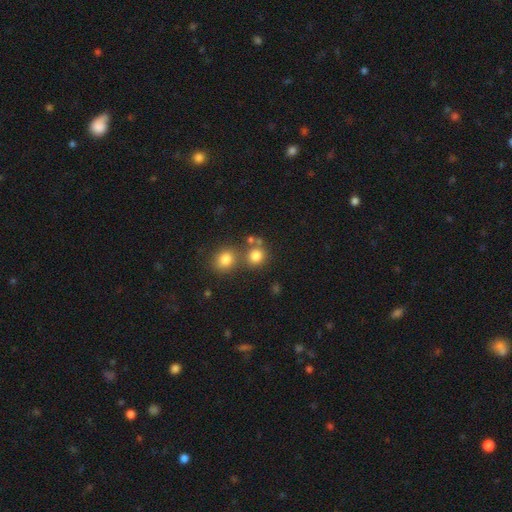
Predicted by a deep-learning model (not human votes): Q: Smooth or featured?
A: smooth (80%); runner-up: star or artifact (13%)
Q: How rounded?
A: round (85%); runner-up: in between (14%)
Q: Merging?
A: none (59%); runner-up: merger (28%)